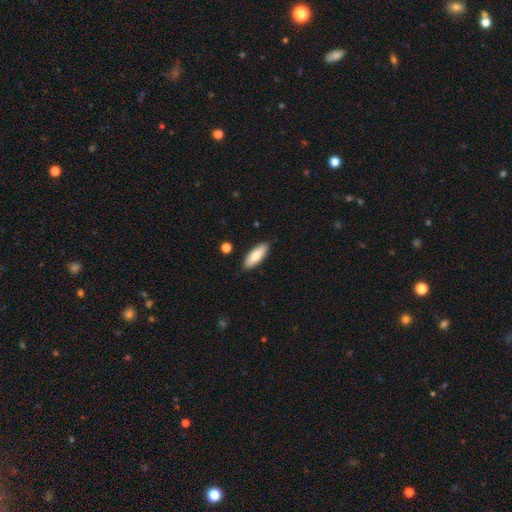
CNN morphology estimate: Smooth or featured? Predicted: smooth (p=0.80). How rounded? Predicted: in between (p=0.66). Merging? Predicted: none (p=0.88).